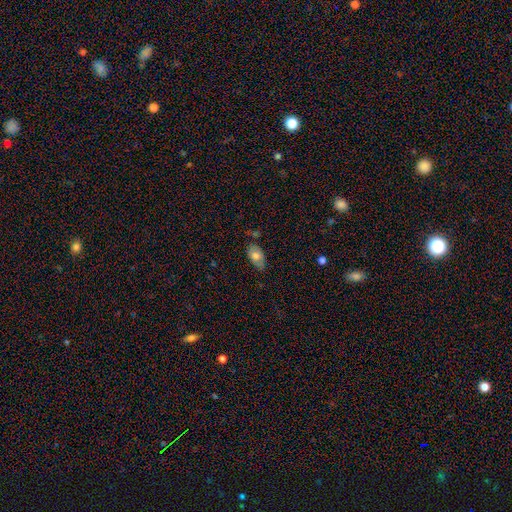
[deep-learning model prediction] Smooth or featured?
  - smooth: 70% *
  - featured or disk: 23%
  - star or artifact: 7%
How rounded?
  - in between: 92% *
  - round: 5%
  - cigar-shaped: 3%
Merging?
  - none: 68% *
  - minor disturbance: 23%
  - major disturbance: 5%
  - merger: 4%